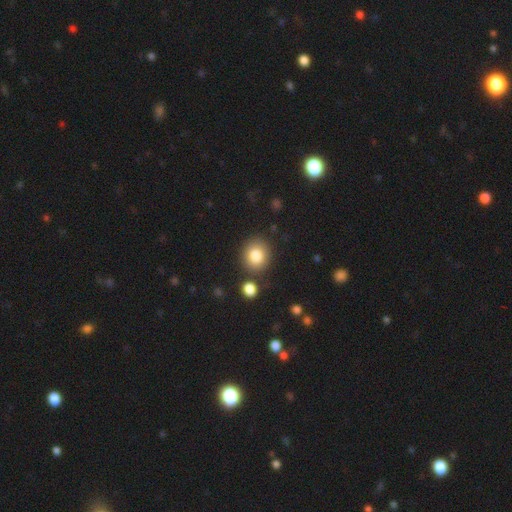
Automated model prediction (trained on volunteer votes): Morphology: type=smooth (82%); roundness=round (82%); merging=none (83%).